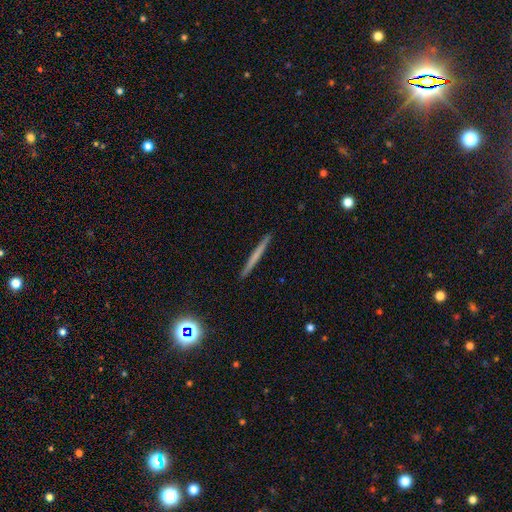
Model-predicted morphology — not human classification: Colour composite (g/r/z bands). It shows a smooth galaxy with no disk features (51%) that is cigar-shaped (97%). Merging: none (92%).